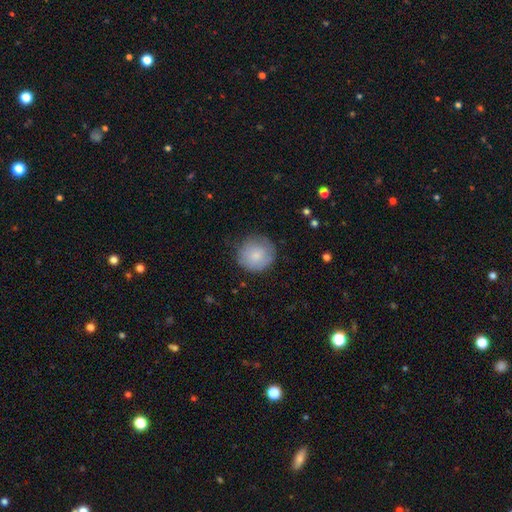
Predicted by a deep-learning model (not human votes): Smooth or featured?
  - smooth: 80% *
  - featured or disk: 13%
  - star or artifact: 7%
How rounded?
  - round: 94% *
  - in between: 5%
  - cigar-shaped: 1%
Merging?
  - none: 76% *
  - minor disturbance: 18%
  - major disturbance: 5%
  - merger: 1%